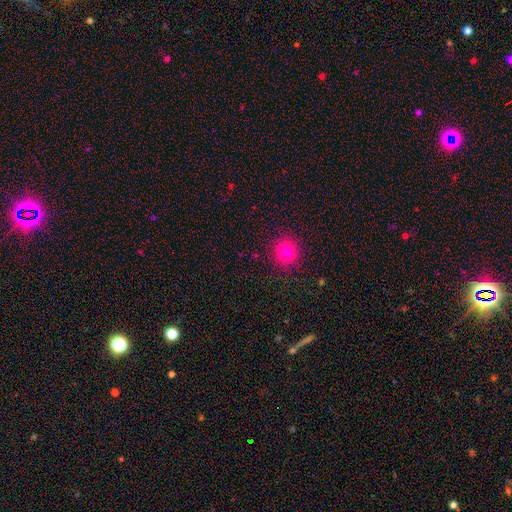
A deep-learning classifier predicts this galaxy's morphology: This appears to be a smooth galaxy with no disk features (77%) that is round (91%). Merging: none (91%).